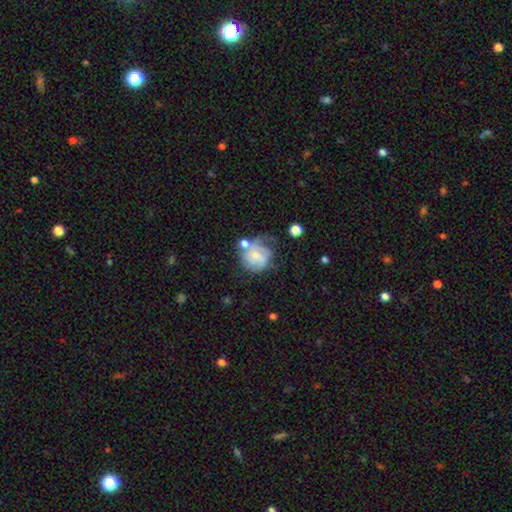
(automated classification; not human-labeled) Overall: featured or disk (51%; smooth 40%). Edge-on disk: no (98%). Bar: no (58%; weak 35%). Spiral arms: yes (71%). Bulge size: small (51%; moderate 29%). Merging: none (32%; major disturbance 29%).